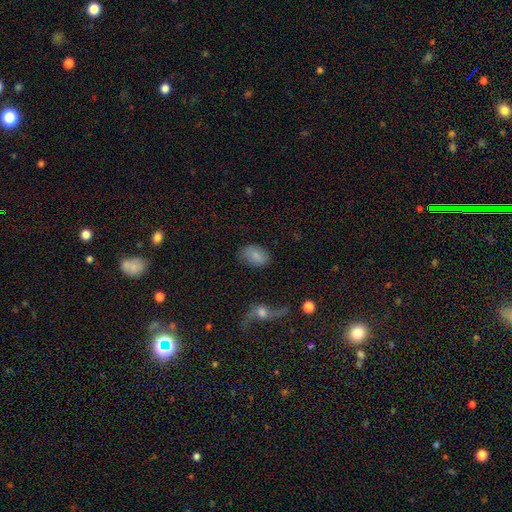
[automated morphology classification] Smooth or featured? Predicted: smooth (p=0.80). How rounded? Predicted: in between (p=0.88). Merging? Predicted: none (p=0.74).